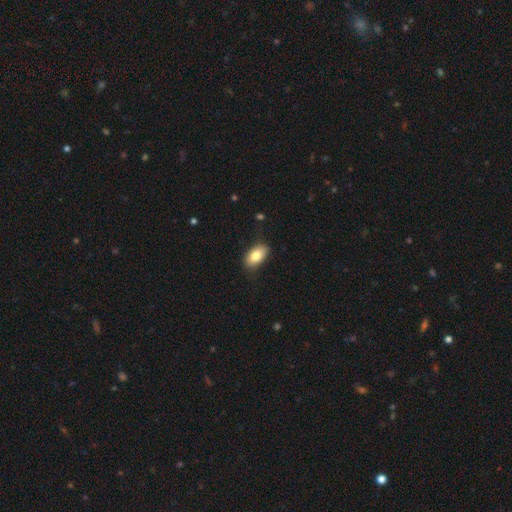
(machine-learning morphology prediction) The model was most divided on "smooth or featured": smooth: 80%, featured or disk: 13%, star or artifact: 7%. More confident: how rounded — in between (92%); merging — none (83%).